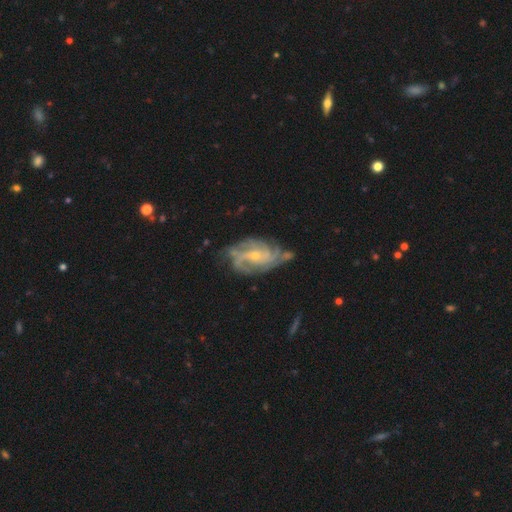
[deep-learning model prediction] The model was most divided on "spiral winding": tight: 47%, medium: 42%, loose: 11%. Remaining: spiral arms — yes (97%); edge-on disk — no (97%); smooth or featured — featured or disk (89%); bulge size — small (69%); merging — none (63%); bar — no (55%); spiral arm count — 3 (29%).